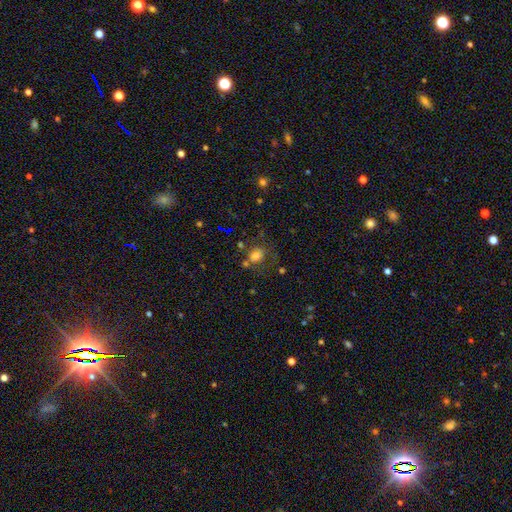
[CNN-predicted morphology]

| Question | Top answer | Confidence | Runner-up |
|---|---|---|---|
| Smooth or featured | smooth | 72% | star or artifact (16%) |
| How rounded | round | 51% | in between (48%) |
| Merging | none | 56% | minor disturbance (18%) |